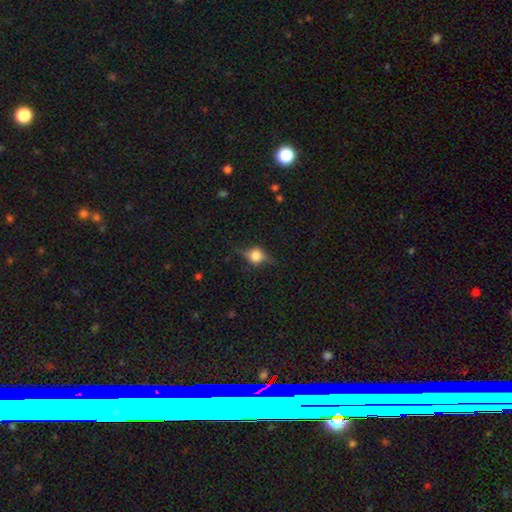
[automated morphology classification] featured or disk 51%, smooth 39%, star or artifact 11%. Down the decision tree: edge-on disk — yes (91%); merging — none (75%).